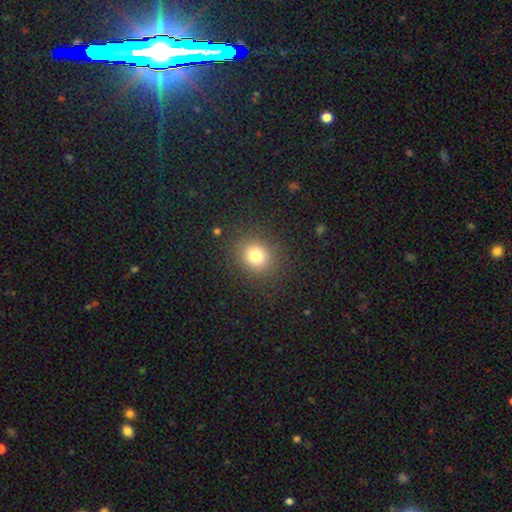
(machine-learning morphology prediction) This appears to be a smooth galaxy with no disk features (78%) that is round (79%). Merging: none (87%).